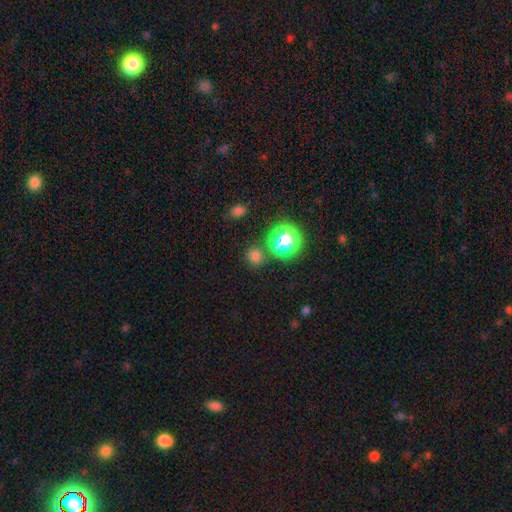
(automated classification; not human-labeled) smooth_or_featured: smooth (p=0.68) [alt: star or artifact p=0.27]
how_rounded: round (p=0.87) [alt: in between p=0.12]
merging: none (p=0.82) [alt: minor disturbance p=0.09]